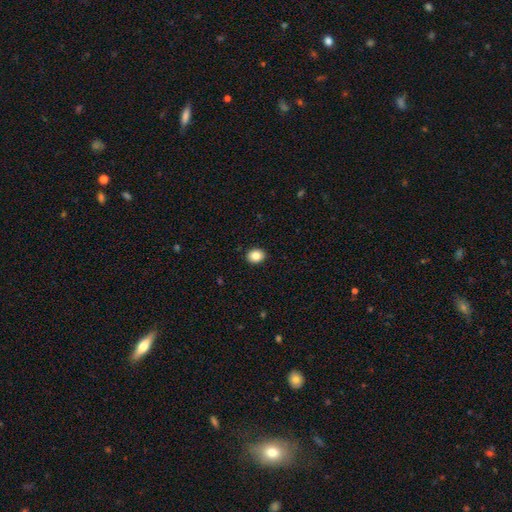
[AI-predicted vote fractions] Smooth or featured? smooth (85%)
How rounded? round (53%)
Merging? none (91%)